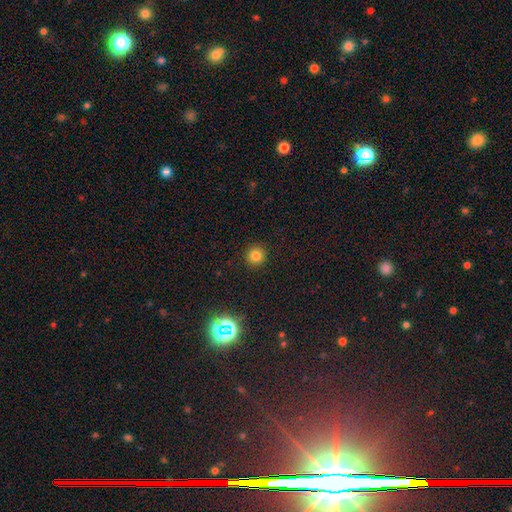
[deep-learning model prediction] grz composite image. It shows a smooth galaxy with no disk features (80%) that is round (94%). Merging: none (92%).